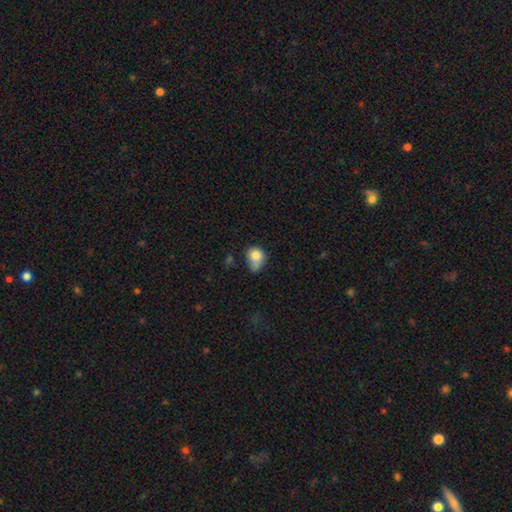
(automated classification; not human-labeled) This is likely a smooth galaxy (78%). How rounded: possibly round (53%). Merging: marginally minor disturbance (37%).